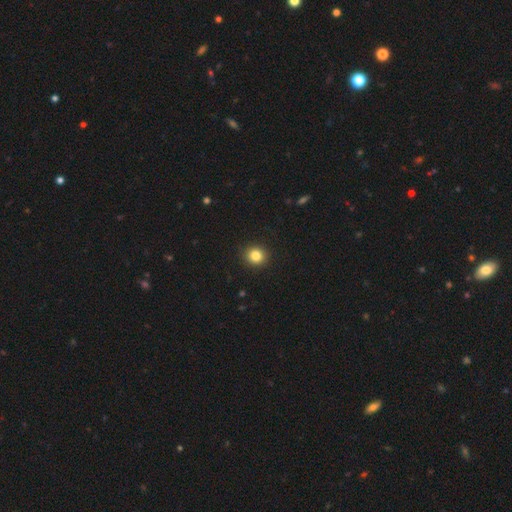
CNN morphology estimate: This appears to be a smooth galaxy with no disk features (84%) that is round (87%). Merging: none (92%).